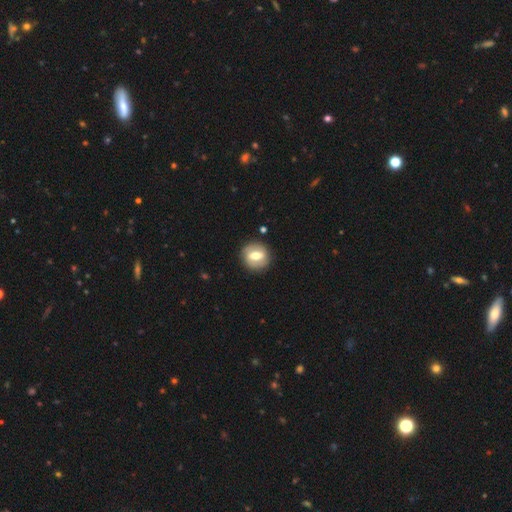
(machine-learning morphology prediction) This appears to be a smooth galaxy with no disk features (48%). Merging: none (87%).